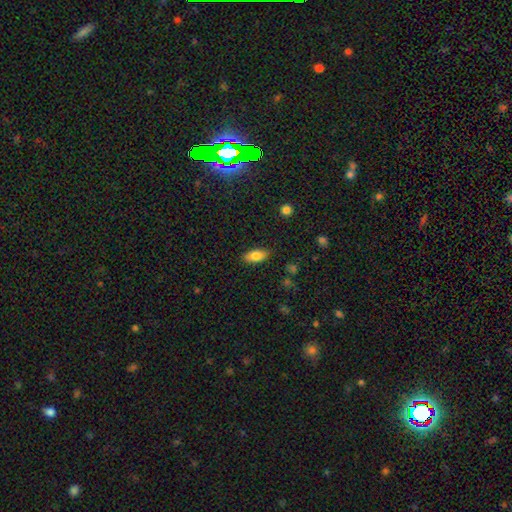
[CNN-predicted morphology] smooth_or_featured: smooth (p=0.80) [alt: featured or disk p=0.12]
how_rounded: in between (p=0.88) [alt: cigar-shaped p=0.09]
merging: none (p=0.86) [alt: minor disturbance p=0.11]